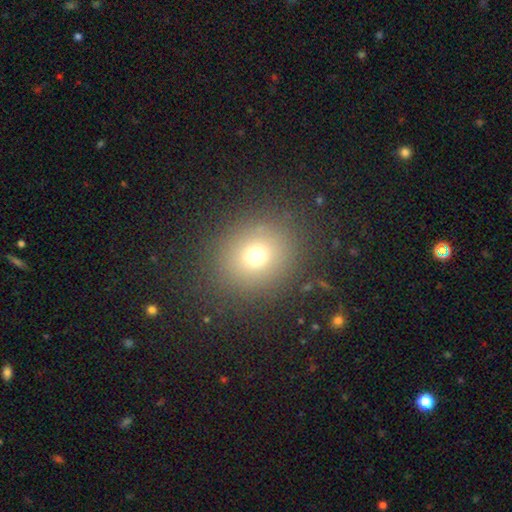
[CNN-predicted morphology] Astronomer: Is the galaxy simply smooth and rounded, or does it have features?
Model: smooth — 71%.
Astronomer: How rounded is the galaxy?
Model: round — 76%.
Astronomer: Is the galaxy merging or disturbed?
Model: none — 86%.